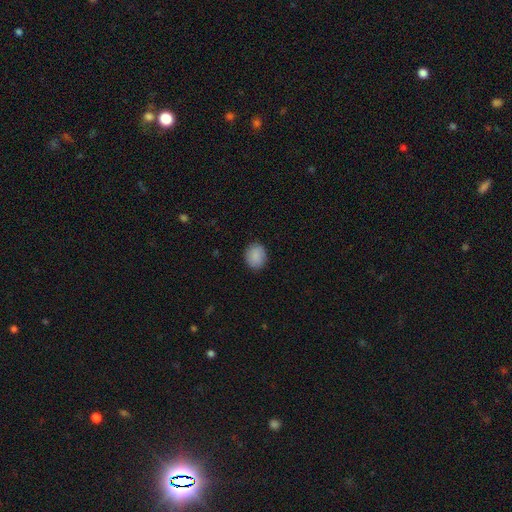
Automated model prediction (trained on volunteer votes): Q: Smooth or featured?
A: smooth (89%); runner-up: star or artifact (8%)
Q: How rounded?
A: round (65%); runner-up: in between (34%)
Q: Merging?
A: none (88%); runner-up: minor disturbance (9%)